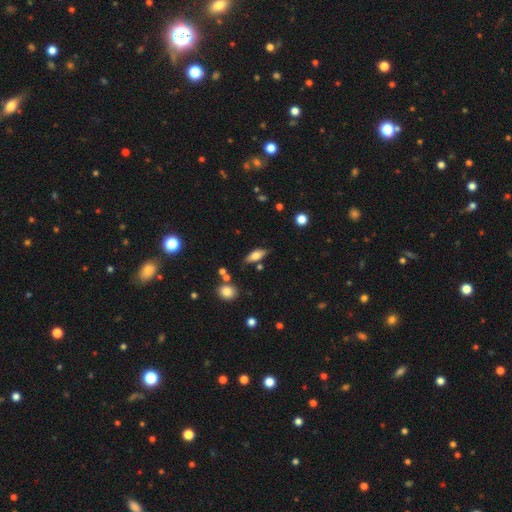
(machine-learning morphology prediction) Smooth or featured? Predicted: smooth (p=0.68). How rounded? Predicted: in between (p=0.76). Merging? Predicted: none (p=0.75).